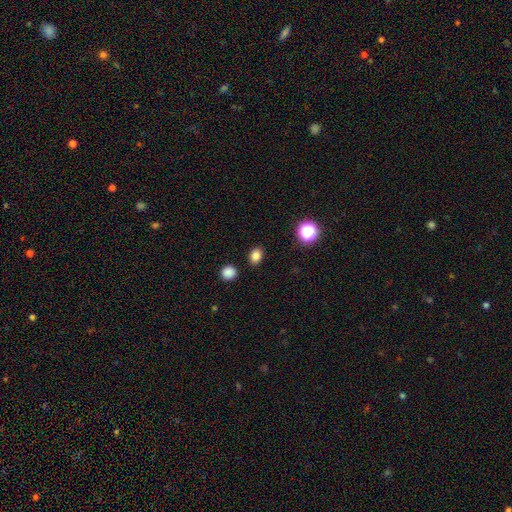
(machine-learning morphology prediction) Smooth or featured?
  - smooth: 83% *
  - star or artifact: 12%
  - featured or disk: 5%
How rounded?
  - in between: 64% *
  - round: 35%
  - cigar-shaped: 1%
Merging?
  - none: 87% *
  - minor disturbance: 8%
  - merger: 3%
  - major disturbance: 2%